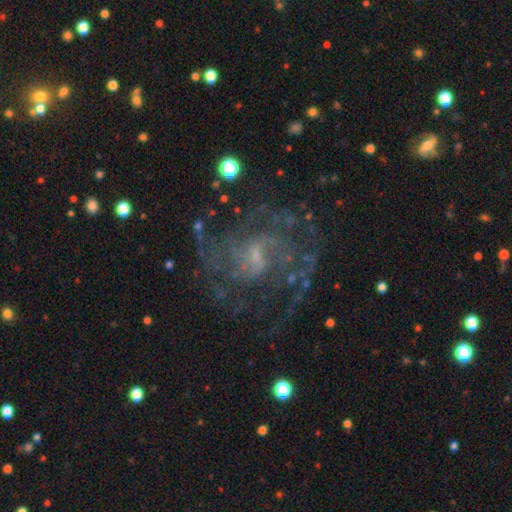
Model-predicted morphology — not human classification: Smooth or featured? Predicted: featured or disk (p=0.84). Edge-on disk? Predicted: no (p=0.98). Bar? Predicted: weak (p=0.57). Spiral arms? Predicted: yes (p=0.92). Spiral winding? Predicted: medium (p=0.46). Spiral arm count? Predicted: can't tell (p=0.33). Bulge size? Predicted: small (p=0.60). Merging? Predicted: none (p=0.63).